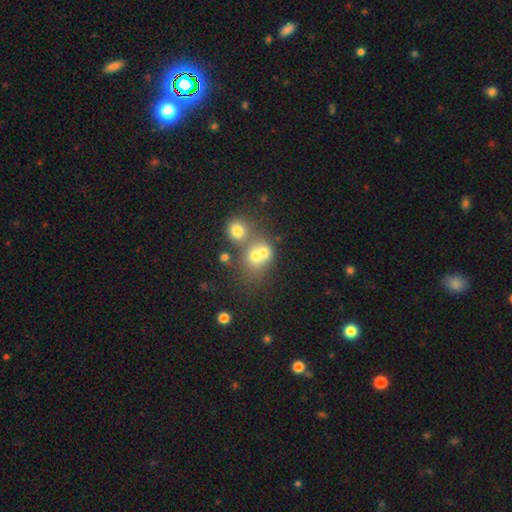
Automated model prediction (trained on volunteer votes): smooth 65%, featured or disk 19%, star or artifact 16%. Down the decision tree: how rounded — round (72%); merging — merger (56%).